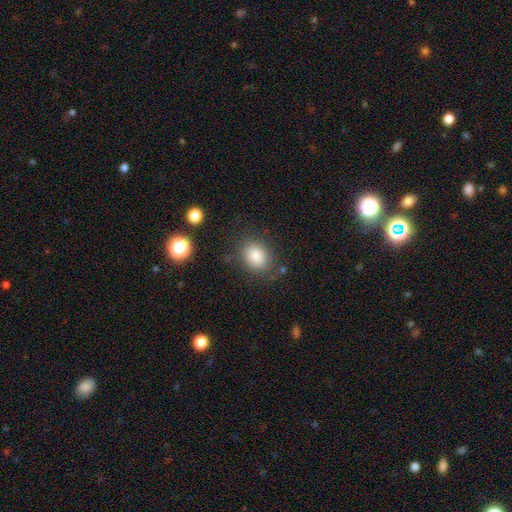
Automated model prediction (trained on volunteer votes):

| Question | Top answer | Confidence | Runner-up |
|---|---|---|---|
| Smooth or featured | smooth | 83% | star or artifact (10%) |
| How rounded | in between | 52% | round (47%) |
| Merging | none | 80% | minor disturbance (12%) |